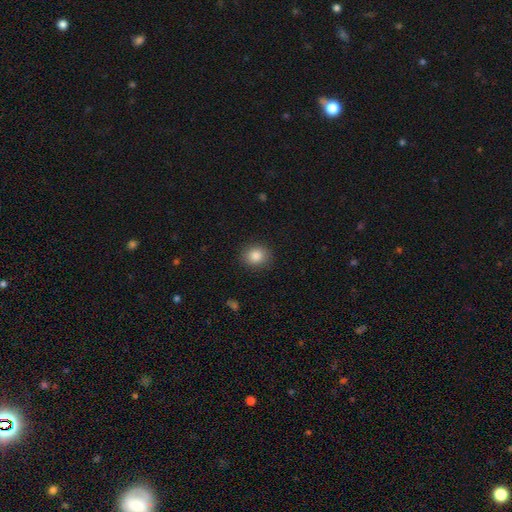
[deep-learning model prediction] Overall: smooth (86%). How rounded: round (71%). Merging: none (89%).